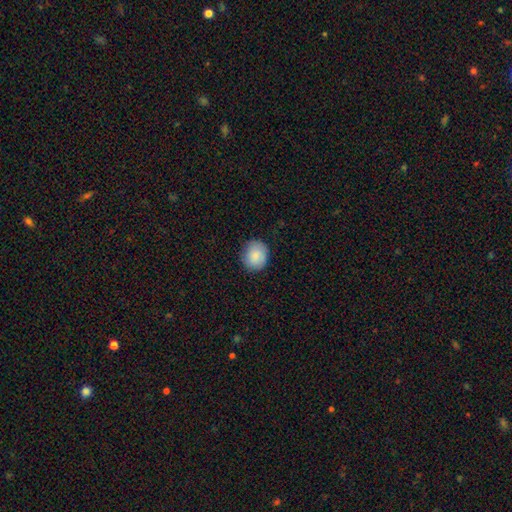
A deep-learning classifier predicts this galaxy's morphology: Smooth or featured? Predicted: smooth (p=0.86). How rounded? Predicted: round (p=0.72). Merging? Predicted: none (p=0.83).